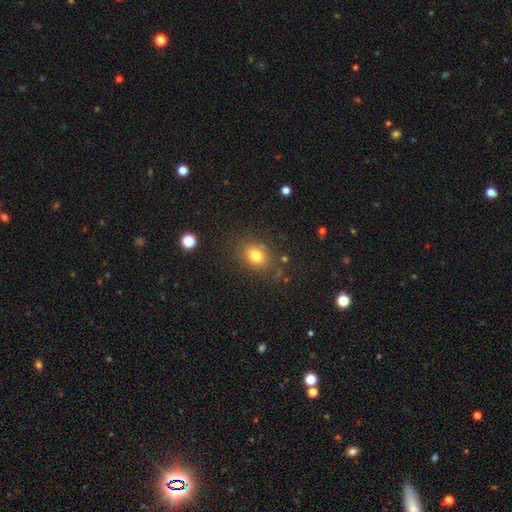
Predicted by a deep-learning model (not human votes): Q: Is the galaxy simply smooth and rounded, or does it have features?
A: smooth — 78%.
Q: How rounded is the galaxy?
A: round — 54%.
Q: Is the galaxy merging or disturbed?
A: none — 78%.